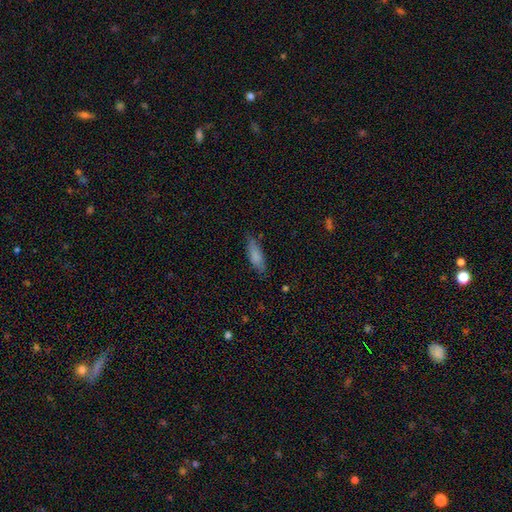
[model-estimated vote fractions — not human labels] A smooth galaxy with no disk features (82%) that is in between round and cigar-shaped (57%). Merging: none (76%).